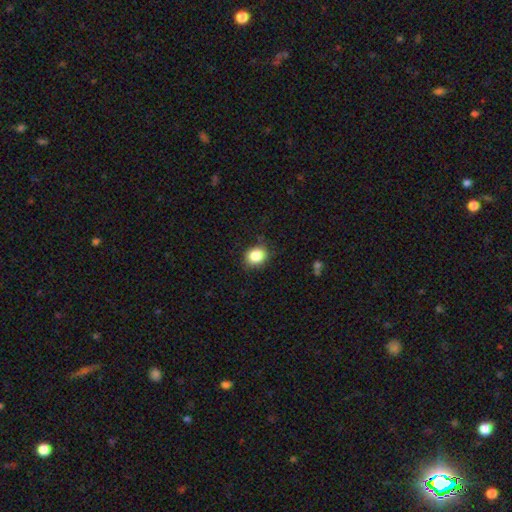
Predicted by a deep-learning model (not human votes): smooth_or_featured: smooth (p=0.85) [alt: star or artifact p=0.09]
how_rounded: round (p=0.63) [alt: in between p=0.36]
merging: none (p=0.83) [alt: minor disturbance p=0.13]